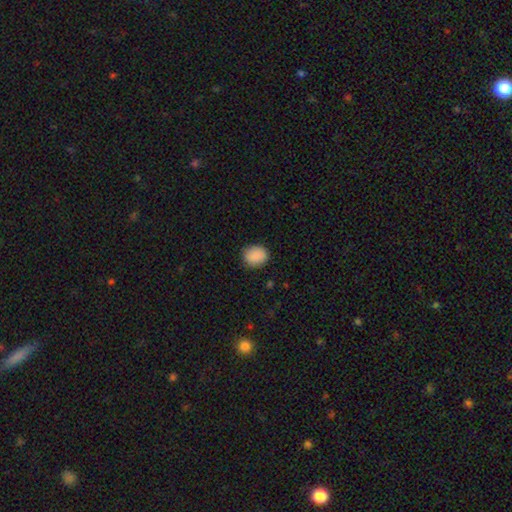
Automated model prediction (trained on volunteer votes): smooth_or_featured: smooth (p=0.89) [alt: star or artifact p=0.08]
how_rounded: round (p=0.60) [alt: in between p=0.39]
merging: none (p=0.85) [alt: minor disturbance p=0.11]